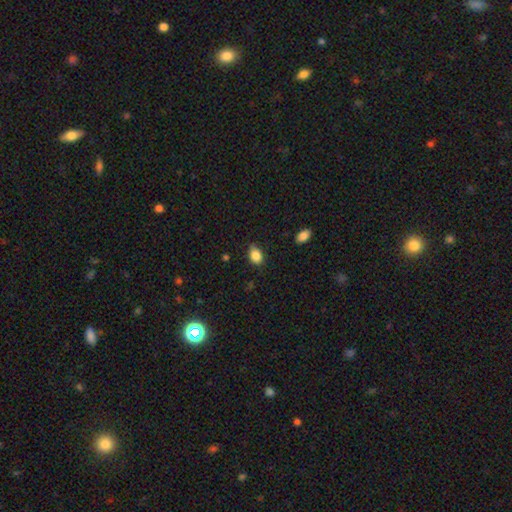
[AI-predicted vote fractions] smooth 85%, star or artifact 9%, featured or disk 6%. Down the decision tree: how rounded — in between (76%); merging — none (72%).